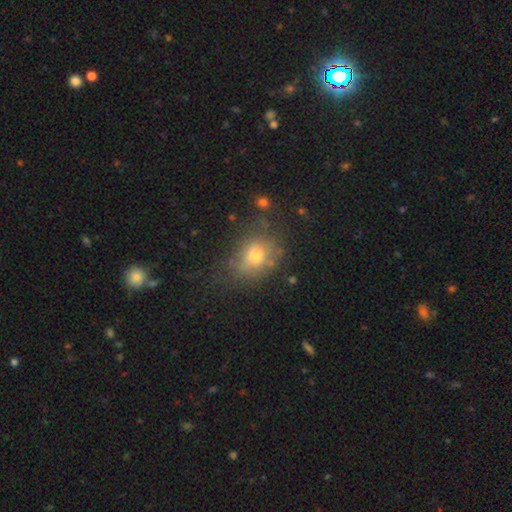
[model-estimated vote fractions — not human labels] Smooth or featured? Predicted: smooth (p=0.69). How rounded? Predicted: in between (p=0.55). Merging? Predicted: none (p=0.60).